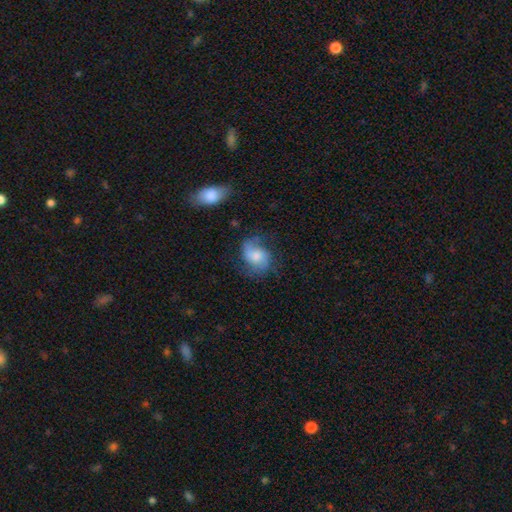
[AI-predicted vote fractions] Q: Smooth or featured?
A: smooth (47%); runner-up: featured or disk (44%)
Q: Merging?
A: none (51%); runner-up: minor disturbance (27%)